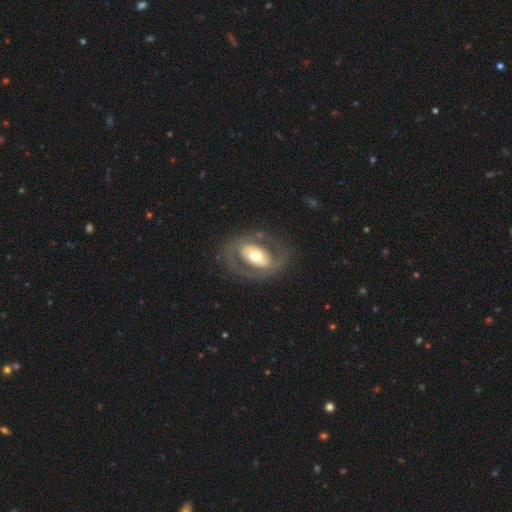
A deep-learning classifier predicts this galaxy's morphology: Q: Smooth or featured?
A: featured or disk (67%); runner-up: smooth (28%)
Q: Edge-on disk?
A: no (94%); runner-up: yes (6%)
Q: Bar?
A: no (51%); runner-up: strong (25%)
Q: Spiral arms?
A: no (62%); runner-up: yes (38%)
Q: Bulge size?
A: moderate (67%); runner-up: large (21%)
Q: Merging?
A: none (75%); runner-up: minor disturbance (13%)